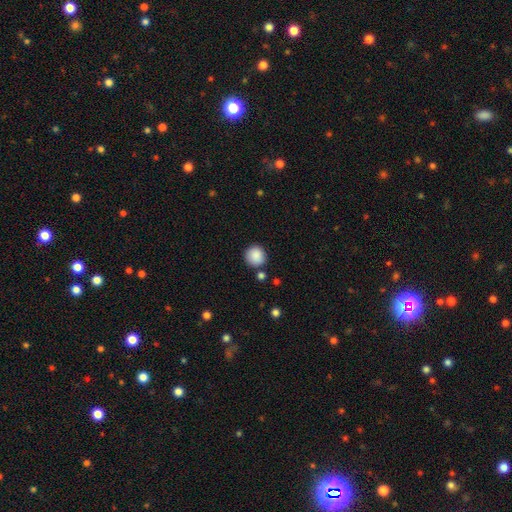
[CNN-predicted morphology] Smooth or featured? smooth (88%)
How rounded? round (93%)
Merging? none (84%)